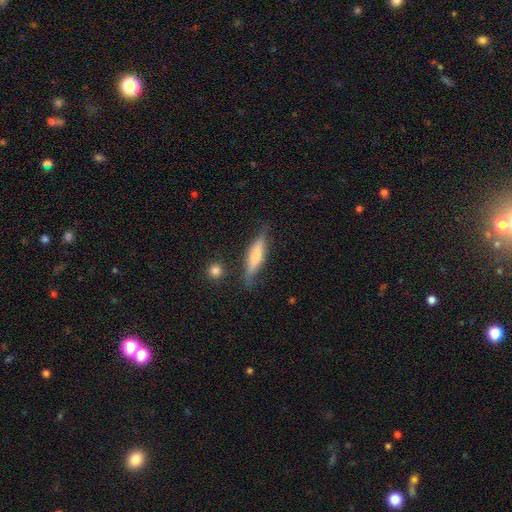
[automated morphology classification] This appears to be a smooth galaxy with no disk features (53%) that is cigar-shaped (73%). Merging: none (75%).